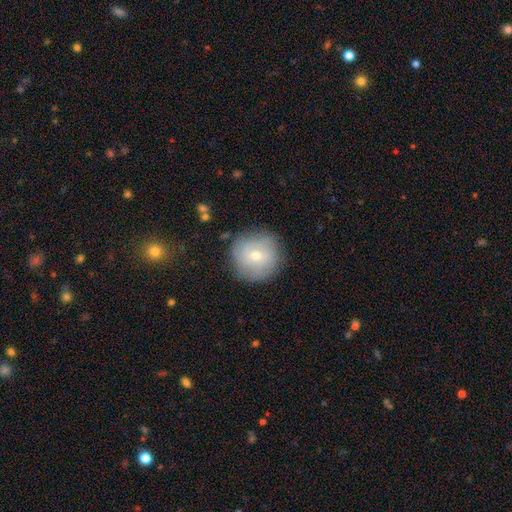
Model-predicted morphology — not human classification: Smooth or featured? featured or disk (45%, tied with smooth)
Merging? none (82%)